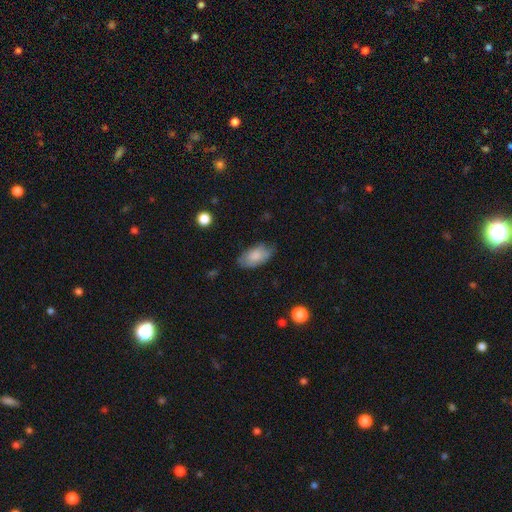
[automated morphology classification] This is likely a smooth galaxy (79%). How rounded: clearly in between (93%). Merging: likely none (70%).